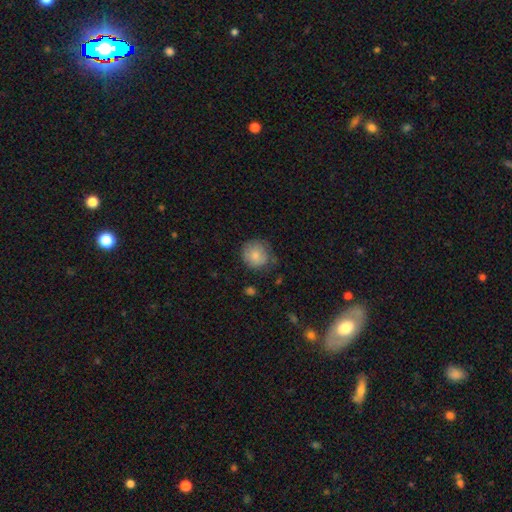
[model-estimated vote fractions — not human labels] Smooth or featured? Predicted: smooth (p=0.80). How rounded? Predicted: round (p=0.90). Merging? Predicted: none (p=0.67).